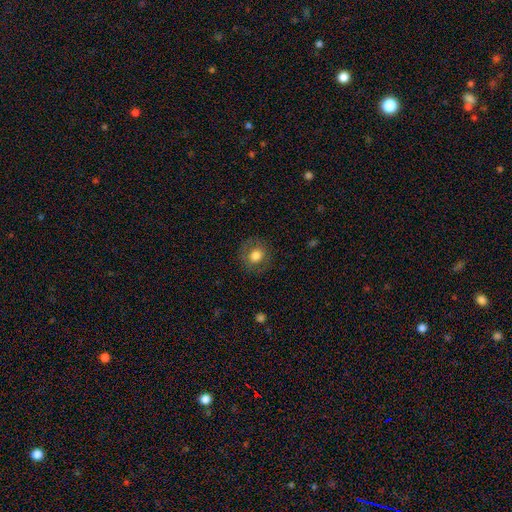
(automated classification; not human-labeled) Smooth or featured?
  - smooth: 73% *
  - featured or disk: 17%
  - star or artifact: 9%
How rounded?
  - round: 86% *
  - in between: 13%
  - cigar-shaped: 1%
Merging?
  - none: 84% *
  - minor disturbance: 10%
  - major disturbance: 4%
  - merger: 1%